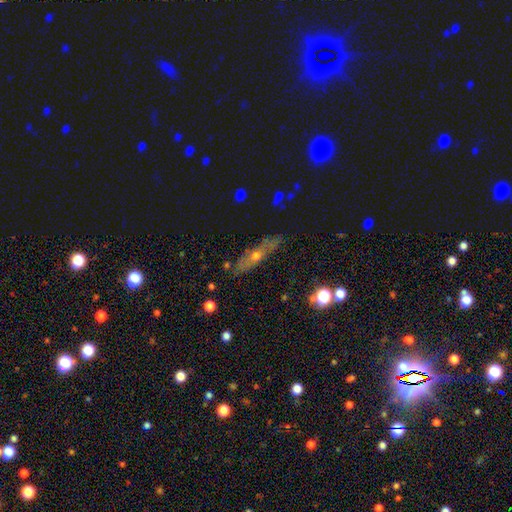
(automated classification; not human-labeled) This is possibly a featured or disk galaxy (55%). It is likely viewed edge-on (63%). Merging: likely none (79%).